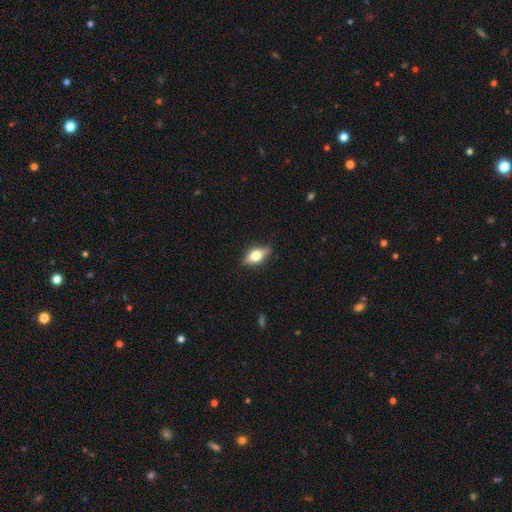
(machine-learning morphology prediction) Smooth or featured?
  - smooth: 47% *
  - featured or disk: 45%
  - star or artifact: 8%
Merging?
  - none: 85% *
  - minor disturbance: 11%
  - major disturbance: 3%
  - merger: 1%